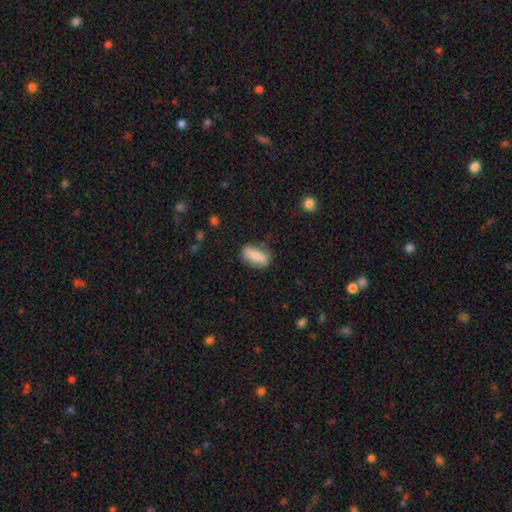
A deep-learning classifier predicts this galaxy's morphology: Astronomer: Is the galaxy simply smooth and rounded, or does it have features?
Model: smooth — 76%.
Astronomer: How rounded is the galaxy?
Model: in between — 75%.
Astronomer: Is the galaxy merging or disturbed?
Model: none — 77%.